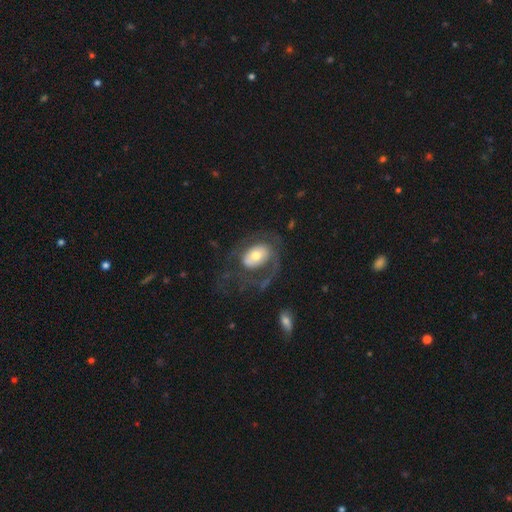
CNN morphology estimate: smooth-or-featured: featured or disk: 58% | smooth: 35% | star or artifact: 7%
  disk-edge-on: no: 95% | yes: 5%
    bar: no: 67% | weak: 23% | strong: 10%
    has-spiral-arms: yes: 62% | no: 38%
    bulge-size: moderate: 61% | small: 19% | large: 16% | dominant: 3% | none: 1%
  merging: major disturbance: 42% | none: 39% | minor disturbance: 16% | merger: 3%